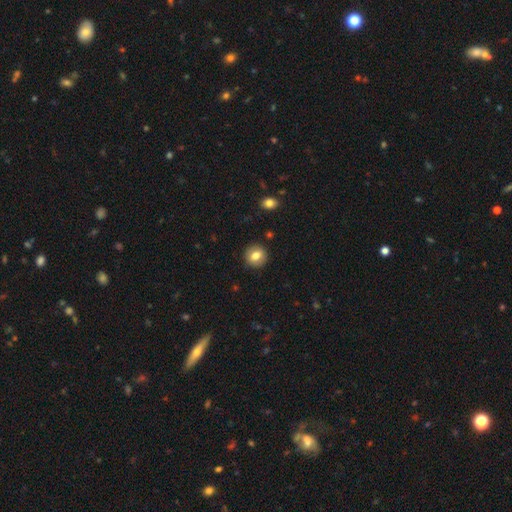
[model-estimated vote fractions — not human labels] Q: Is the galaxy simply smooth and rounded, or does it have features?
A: smooth — 79%.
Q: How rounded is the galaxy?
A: round — 85%.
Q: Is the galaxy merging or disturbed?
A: none — 90%.